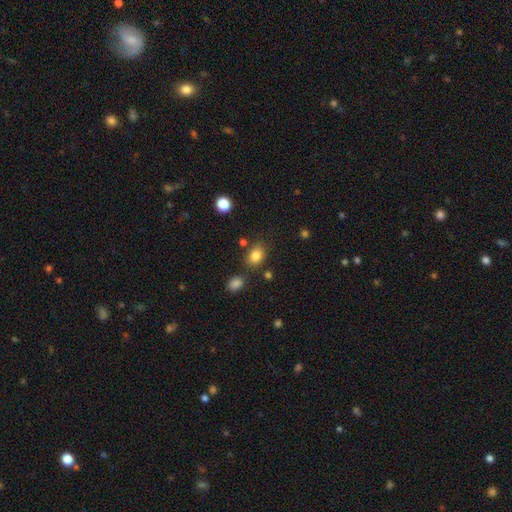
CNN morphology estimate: A smooth galaxy with no disk features (83%) that is in between round and cigar-shaped (64%). Merging: none (77%).